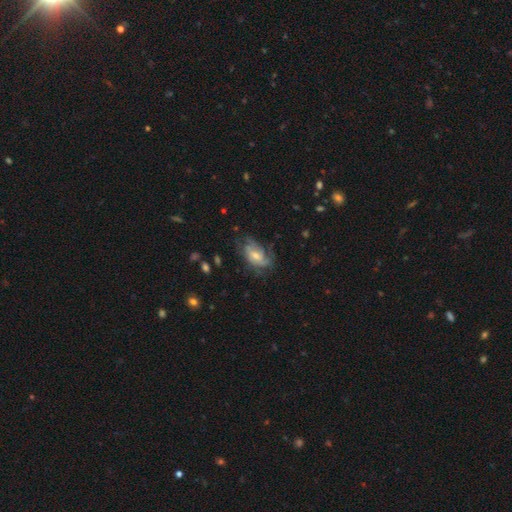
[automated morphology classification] The model was most divided on "bulge size" (2-way tie): moderate: 46%, small: 46%, large: 4%, none: 3%, dominant: 1%. Remaining: edge-on disk — no (95%); spiral arms — yes (82%); smooth or featured — featured or disk (65%); bar — no (54%); merging — none (53%); spiral arm count — can't tell (42%); spiral winding — medium (41%).